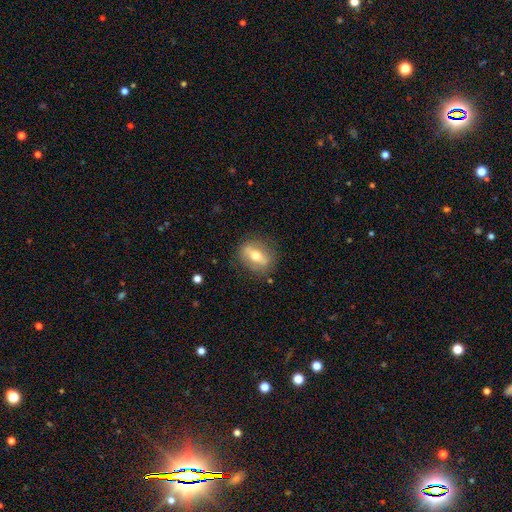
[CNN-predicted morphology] smooth_or_featured: featured or disk (p=0.50) [alt: smooth p=0.42]
disk_edge_on: no (p=0.61) [alt: yes p=0.39]
merging: none (p=0.82) [alt: minor disturbance p=0.12]